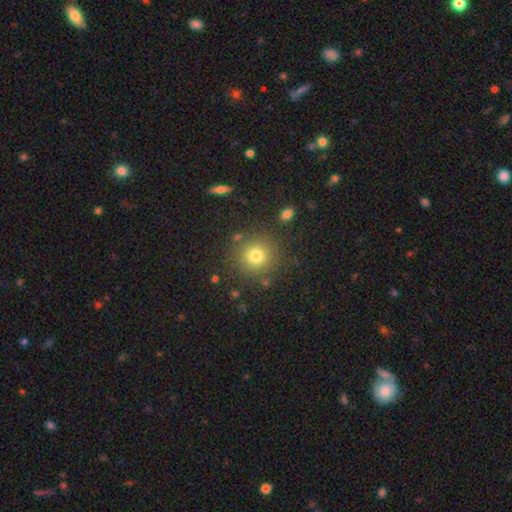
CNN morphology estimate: smooth 77%, star or artifact 14%, featured or disk 9%. Down the decision tree: how rounded — round (93%); merging — none (84%).